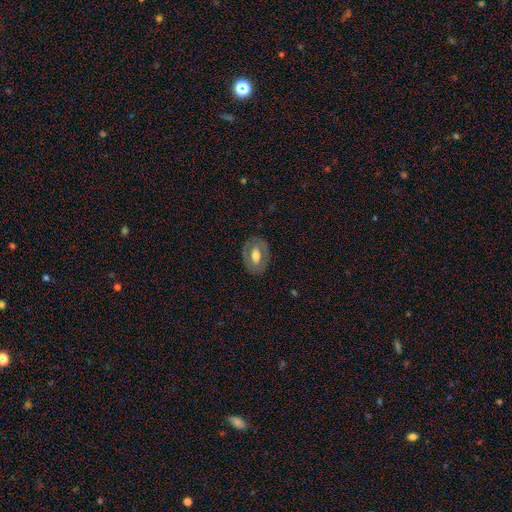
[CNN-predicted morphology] A featured or disk galaxy (50%).

Vote fractions:
- Smooth or featured? featured or disk: 50% / smooth: 43% / star or artifact: 6%
- Edge-on disk? no: 91% / yes: 9%
- Merging? none: 80% / minor disturbance: 14% / major disturbance: 6% / merger: 1%